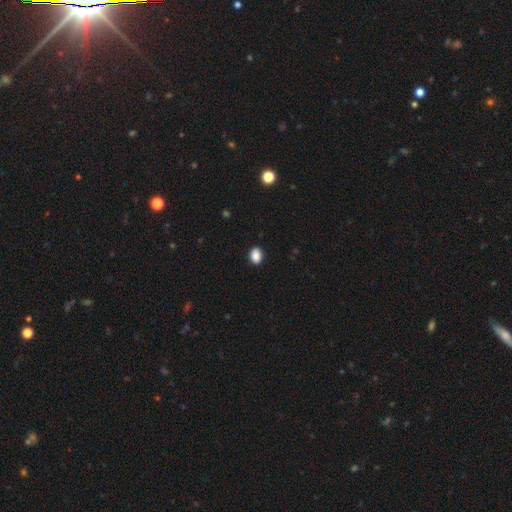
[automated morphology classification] smooth_or_featured: smooth (p=0.89) [alt: star or artifact p=0.09]
how_rounded: in between (p=0.71) [alt: round p=0.28]
merging: none (p=0.89) [alt: minor disturbance p=0.09]